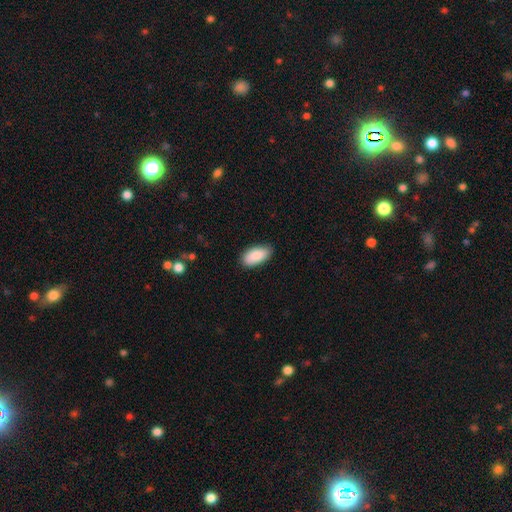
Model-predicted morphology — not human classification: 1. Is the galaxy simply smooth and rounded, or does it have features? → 89% smooth, 6% star or artifact, 5% featured or disk.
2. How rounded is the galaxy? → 93% in between, 5% cigar-shaped, 2% round.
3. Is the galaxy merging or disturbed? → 84% none, 12% minor disturbance, 2% major disturbance, 1% merger.